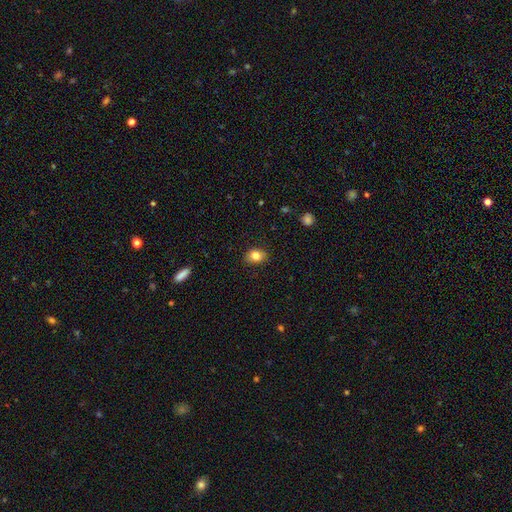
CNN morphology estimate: smooth-or-featured: smooth: 82% | star or artifact: 10% | featured or disk: 8%
  how-rounded: in between: 65% | round: 33% | cigar-shaped: 1%
  merging: none: 86% | minor disturbance: 11% | major disturbance: 2% | merger: 1%